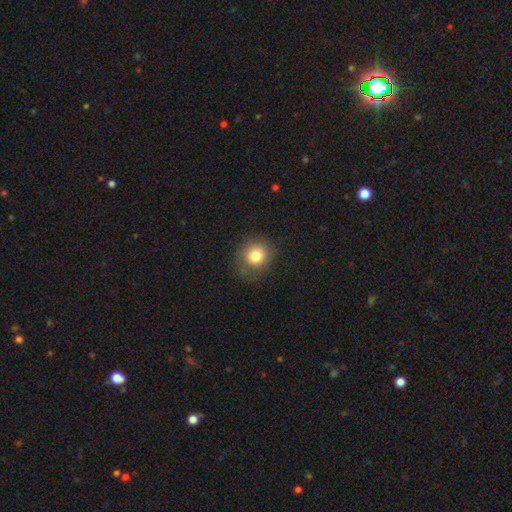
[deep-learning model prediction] smooth_or_featured: smooth (p=0.81) [alt: star or artifact p=0.10]
how_rounded: round (p=0.84) [alt: in between p=0.15]
merging: none (p=0.76) [alt: minor disturbance p=0.17]